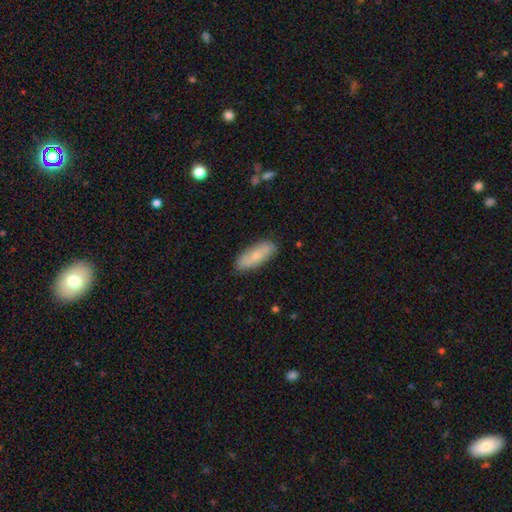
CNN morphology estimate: Overall: smooth (69%). How rounded: in between (68%; cigar-shaped 30%). Merging: none (84%).